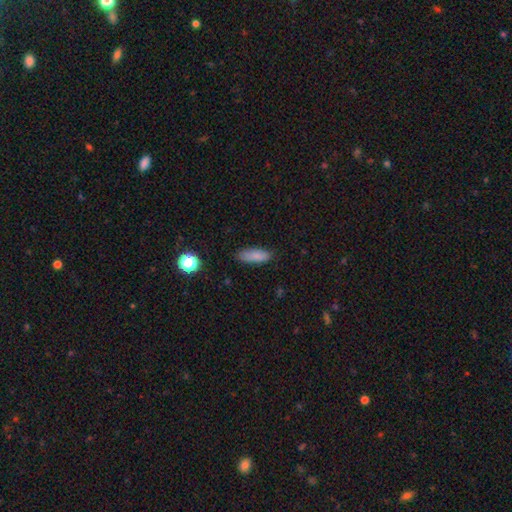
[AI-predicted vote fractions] smooth 83%, star or artifact 9%, featured or disk 8%. Down the decision tree: how rounded — in between (64%); merging — none (79%).